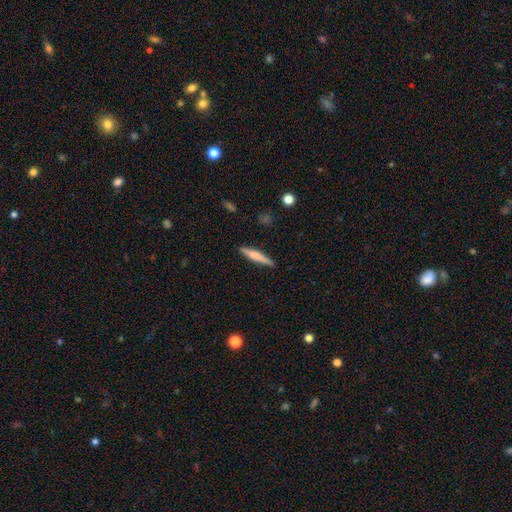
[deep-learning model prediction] smooth-or-featured: smooth: 57% | featured or disk: 37% | star or artifact: 6%
  how-rounded: cigar-shaped: 91% | in between: 8% | round: 2%
  merging: none: 89% | minor disturbance: 8% | major disturbance: 2% | merger: 1%